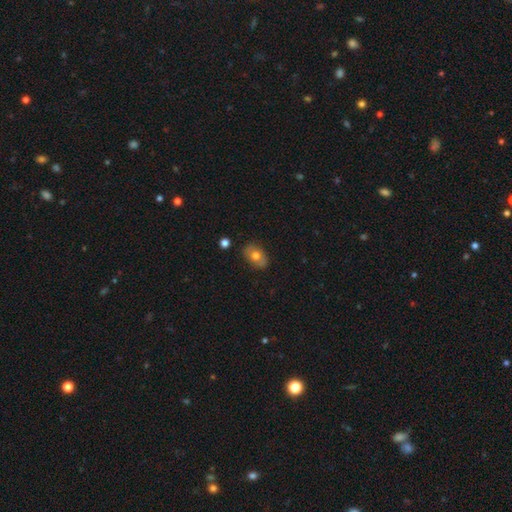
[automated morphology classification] A smooth galaxy with no disk features (70%) that is in between round and cigar-shaped (83%).

Vote fractions:
- Smooth or featured? smooth: 70% / featured or disk: 22% / star or artifact: 8%
- How rounded? in between: 83% / round: 16% / cigar-shaped: 1%
- Merging? none: 82% / minor disturbance: 14% / major disturbance: 3% / merger: 2%